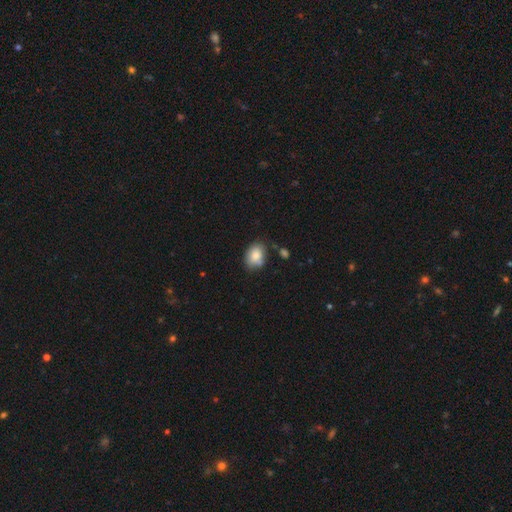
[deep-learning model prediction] smooth 84%, featured or disk 8%, star or artifact 8%. Down the decision tree: how rounded — in between (75%); merging — none (68%).